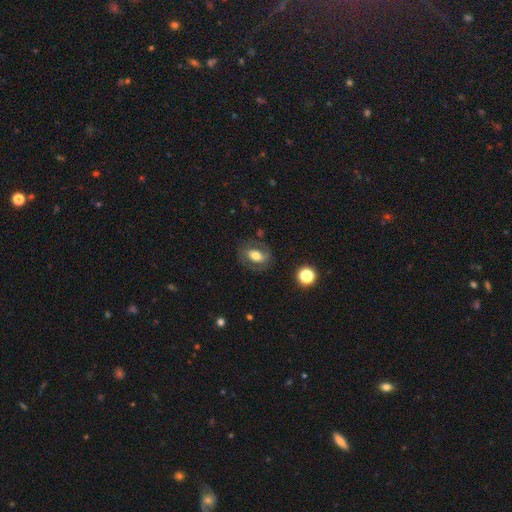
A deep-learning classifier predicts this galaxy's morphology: Smooth or featured: smooth — 52% (featured or disk — 39%)
How rounded: in between — 72% (round — 25%)
Merging: none — 75% (minor disturbance — 15%)